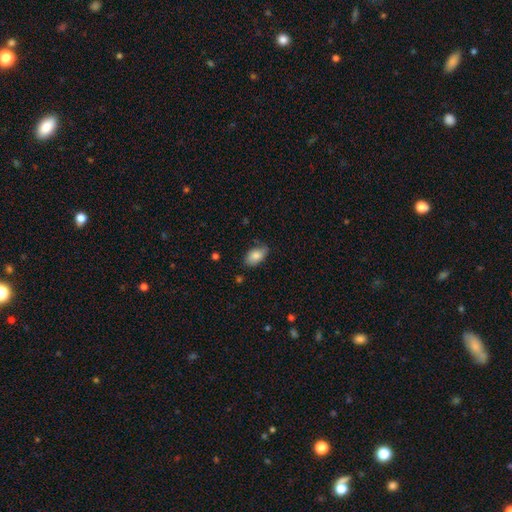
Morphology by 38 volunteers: smooth-or-featured: smooth: 95% | featured or disk: 3% | star or artifact: 3%
  how-rounded: in between: 94% | round: 3% | cigar-shaped: 3%
  merging: none: 65% | minor disturbance: 35% | major disturbance: 0% | merger: 0%